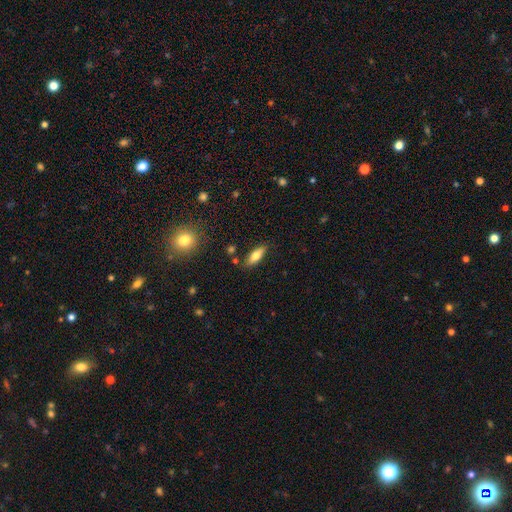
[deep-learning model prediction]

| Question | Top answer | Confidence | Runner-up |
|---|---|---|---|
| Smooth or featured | smooth | 72% | featured or disk (21%) |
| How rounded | in between | 66% | cigar-shaped (32%) |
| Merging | none | 83% | minor disturbance (12%) |